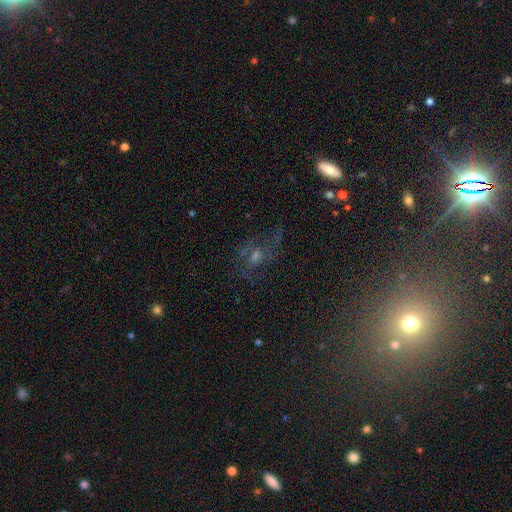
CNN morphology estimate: The model was most divided on "smooth or featured": featured or disk: 51%, star or artifact: 28%, smooth: 21%. More confident: edge-on disk — no (94%); merging — none (60%).